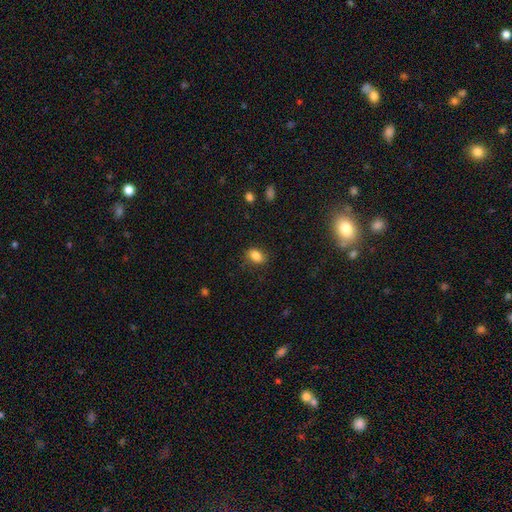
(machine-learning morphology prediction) type=smooth (85%); roundness=in between (79%); merging=none (79%).